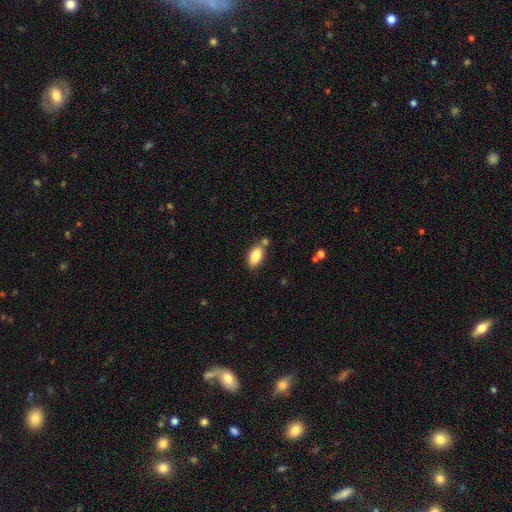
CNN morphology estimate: Smooth or featured?
  - smooth: 84% *
  - featured or disk: 9%
  - star or artifact: 7%
How rounded?
  - in between: 92% *
  - round: 4%
  - cigar-shaped: 3%
Merging?
  - none: 67% *
  - merger: 16%
  - minor disturbance: 14%
  - major disturbance: 3%